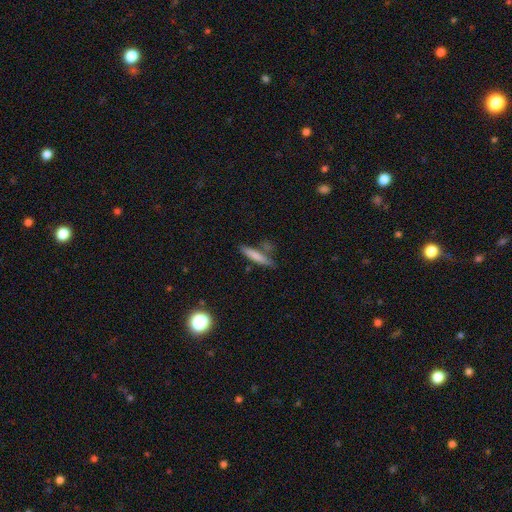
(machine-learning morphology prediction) This is likely a smooth galaxy (76%). How rounded: clearly cigar-shaped (87%). Merging: likely none (71%).